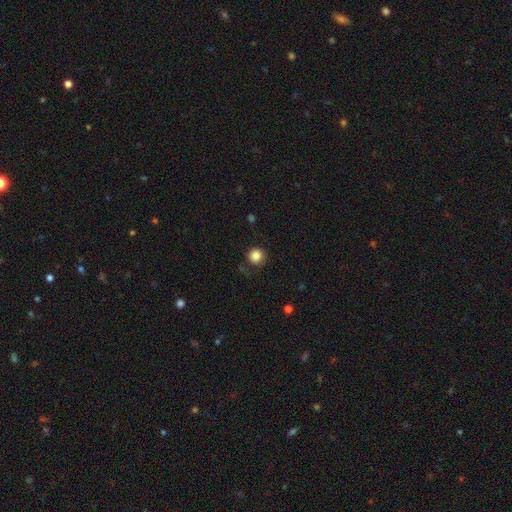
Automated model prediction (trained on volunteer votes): Smooth or featured? smooth (85%)
How rounded? round (94%)
Merging? none (84%)